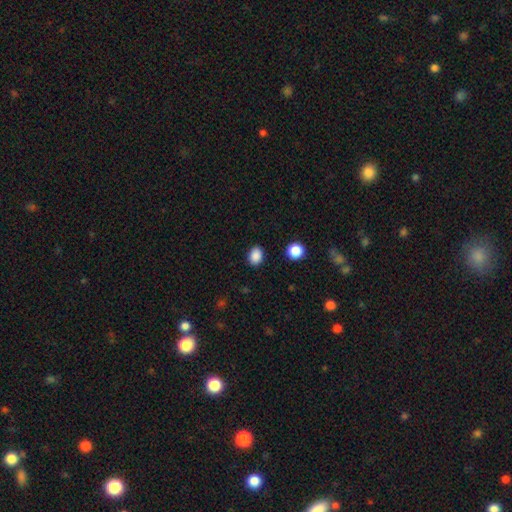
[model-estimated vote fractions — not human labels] A smooth galaxy with no disk features (87%) that is in between round and cigar-shaped (59%).

Vote fractions:
- Smooth or featured? smooth: 87% / star or artifact: 10% / featured or disk: 3%
- How rounded? in between: 59% / round: 40% / cigar-shaped: 1%
- Merging? none: 88% / minor disturbance: 8% / major disturbance: 3% / merger: 2%